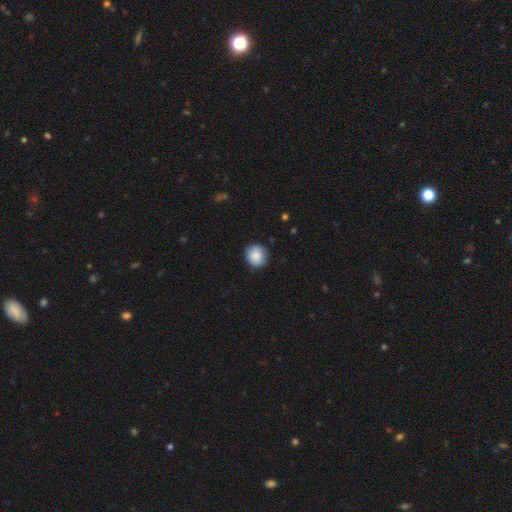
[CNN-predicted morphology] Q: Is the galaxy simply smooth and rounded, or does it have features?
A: smooth — 87%.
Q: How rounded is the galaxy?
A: round — 84%.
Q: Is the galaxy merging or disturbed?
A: none — 88%.